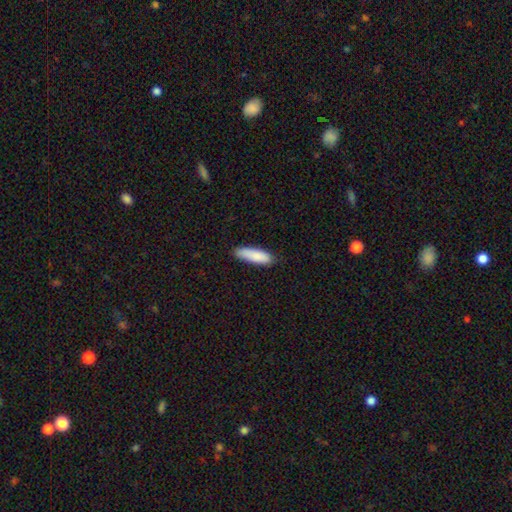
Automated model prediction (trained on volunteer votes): Morphology: type=smooth (87%); roundness=cigar-shaped (51%); merging=none (80%).